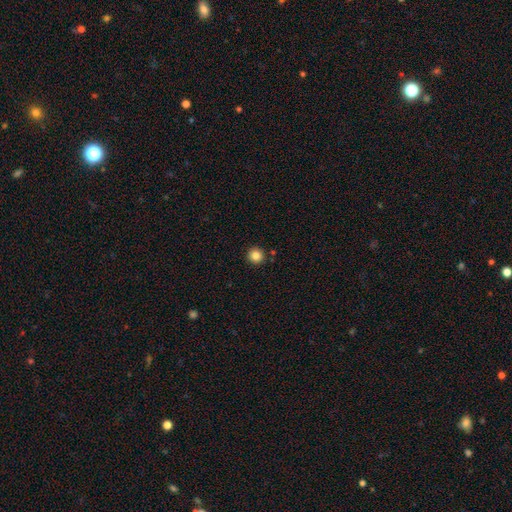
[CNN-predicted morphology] This is clearly a smooth galaxy (84%). How rounded: clearly round (95%). Merging: clearly none (91%).